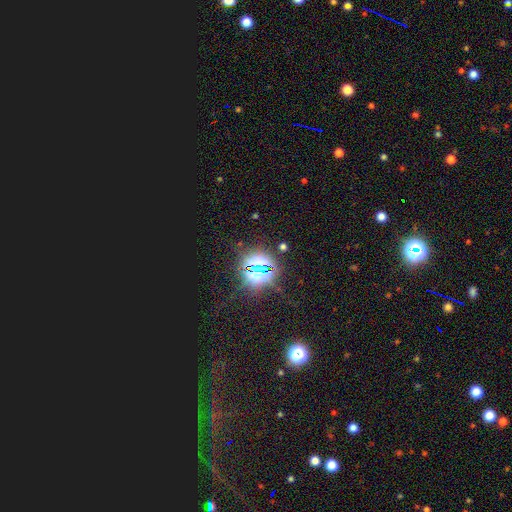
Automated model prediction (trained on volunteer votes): A star or artifact, not a galaxy (83%).

Vote fractions:
- Smooth or featured? star or artifact: 83% / smooth: 10% / featured or disk: 7%